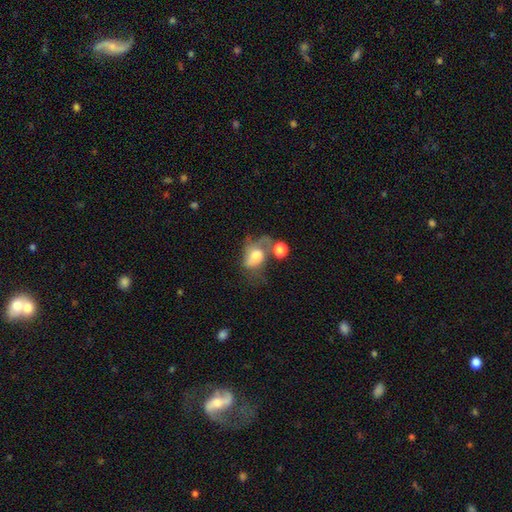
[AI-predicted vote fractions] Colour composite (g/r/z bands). It shows a smooth galaxy with no disk features (60%) that is in between round and cigar-shaped (63%). Merging: major disturbance (35%).